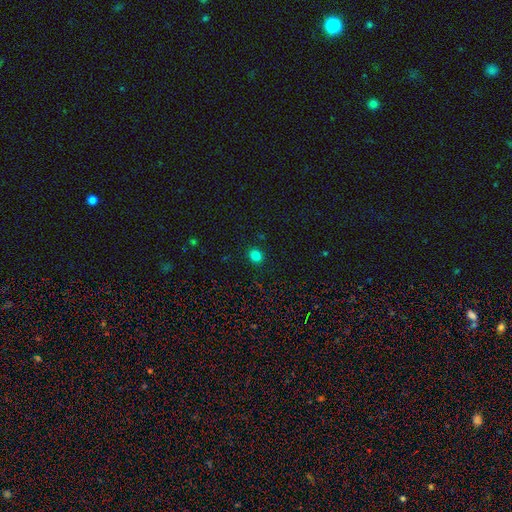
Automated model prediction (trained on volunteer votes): Smooth or featured?
  - smooth: 82% *
  - star or artifact: 14%
  - featured or disk: 4%
How rounded?
  - round: 72% *
  - in between: 28%
  - cigar-shaped: 1%
Merging?
  - none: 91% *
  - minor disturbance: 6%
  - major disturbance: 2%
  - merger: 1%